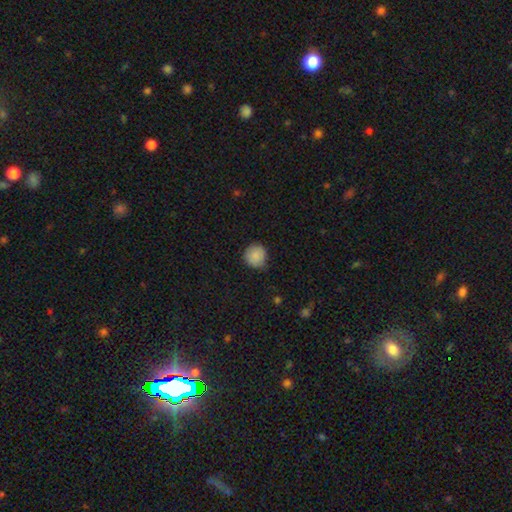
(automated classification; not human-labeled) smooth 86%, star or artifact 8%, featured or disk 6%. Down the decision tree: how rounded — round (92%); merging — none (75%).